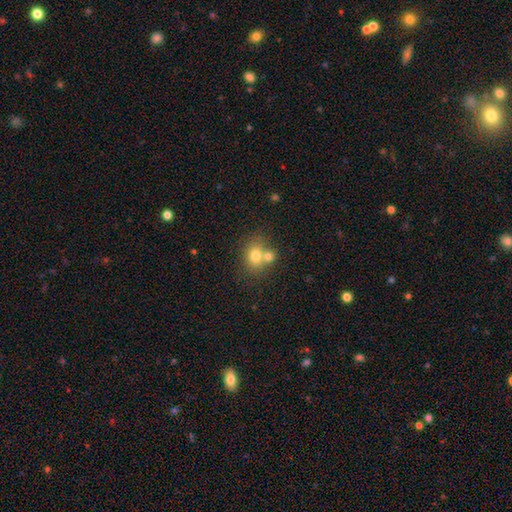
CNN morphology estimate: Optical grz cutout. It shows a smooth galaxy with no disk features (74%) that is round (61%). Merging: merger (46%).